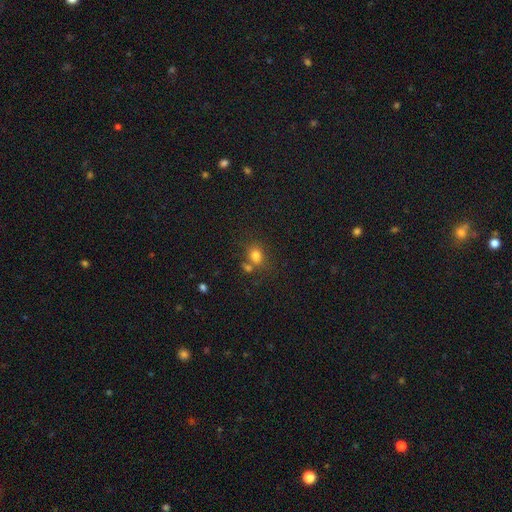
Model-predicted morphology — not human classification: This appears to be a smooth galaxy with no disk features (77%) that is round (52%). Merging: none (53%).